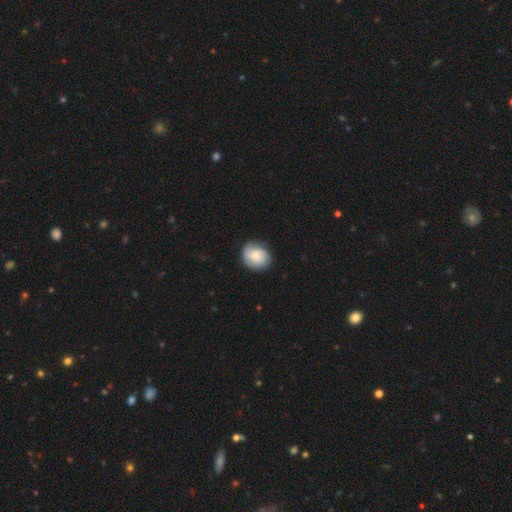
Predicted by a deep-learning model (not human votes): Overall: smooth (54%; featured or disk 39%). How rounded: round (78%). Merging: none (76%).